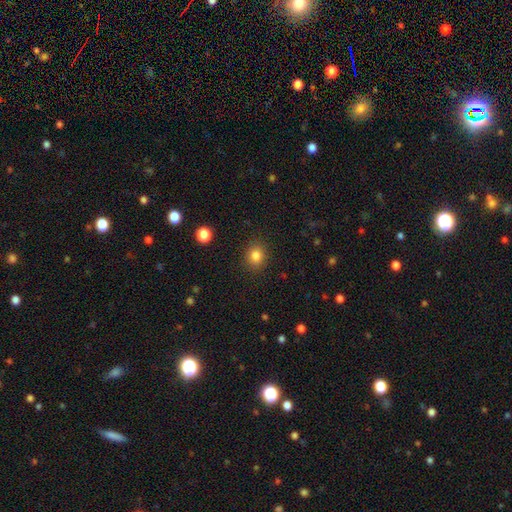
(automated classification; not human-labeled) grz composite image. It shows a smooth galaxy with no disk features (83%) that is round (70%). Merging: none (88%).